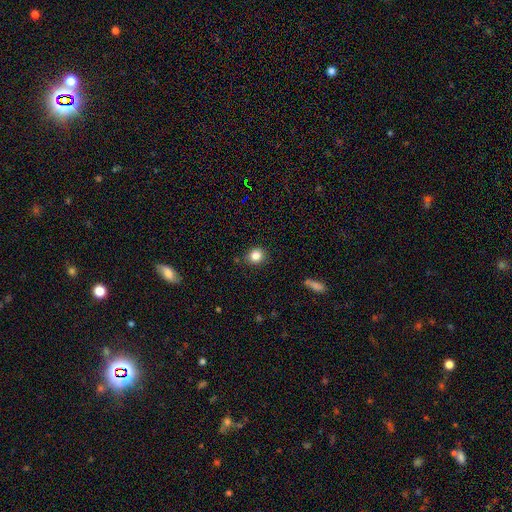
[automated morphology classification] A smooth galaxy with no disk features (83%) that is round (80%). Merging: none (88%).